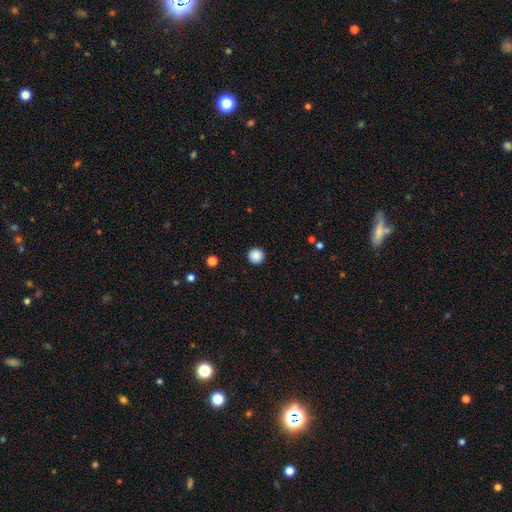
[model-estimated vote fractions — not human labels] Smooth or featured? smooth (88%)
How rounded? round (96%)
Merging? none (93%)